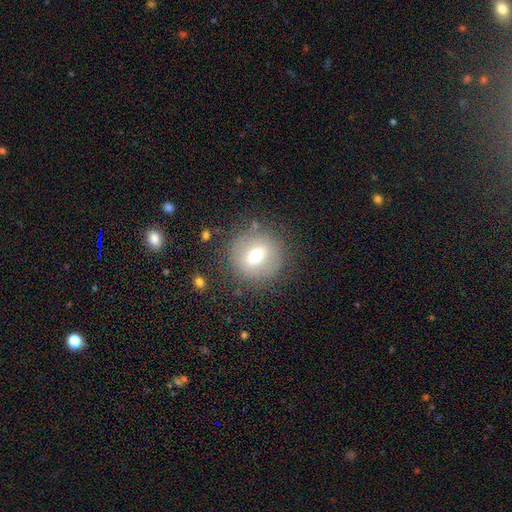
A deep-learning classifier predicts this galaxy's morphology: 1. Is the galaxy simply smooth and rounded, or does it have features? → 57% smooth, 32% featured or disk, 11% star or artifact.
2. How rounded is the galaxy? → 90% round, 9% in between, 1% cigar-shaped.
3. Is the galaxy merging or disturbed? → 81% none, 11% minor disturbance, 5% major disturbance, 2% merger.